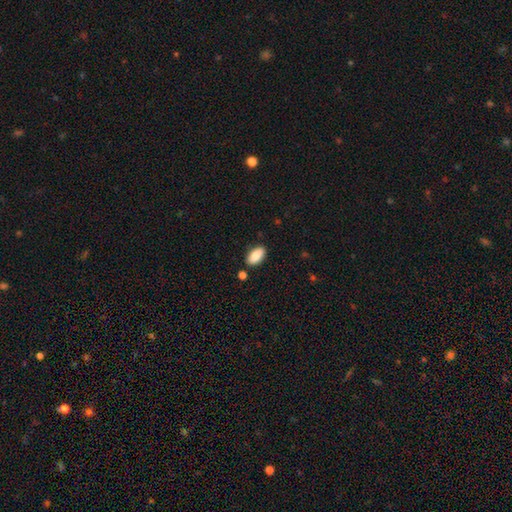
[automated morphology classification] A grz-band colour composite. It shows a smooth galaxy with no disk features (86%) that is in between round and cigar-shaped (93%). Merging: none (86%).